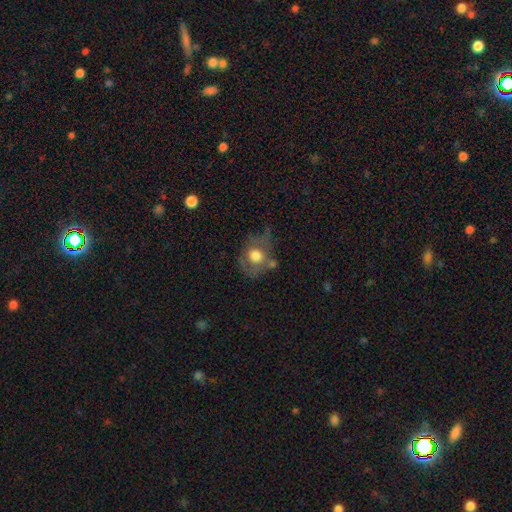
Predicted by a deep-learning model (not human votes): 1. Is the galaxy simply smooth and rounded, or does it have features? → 56% smooth, 35% featured or disk, 9% star or artifact.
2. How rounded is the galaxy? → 68% round, 31% in between, 1% cigar-shaped.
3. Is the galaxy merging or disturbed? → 39% none, 25% minor disturbance, 25% major disturbance, 11% merger.